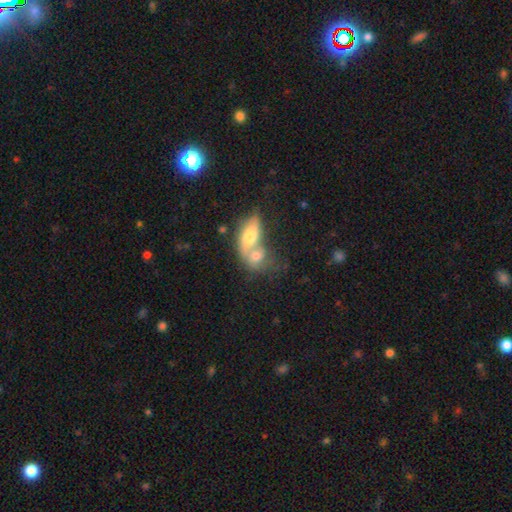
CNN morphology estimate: This is likely a smooth galaxy (65%). How rounded: likely in between (71%). Merging: likely merger (76%).